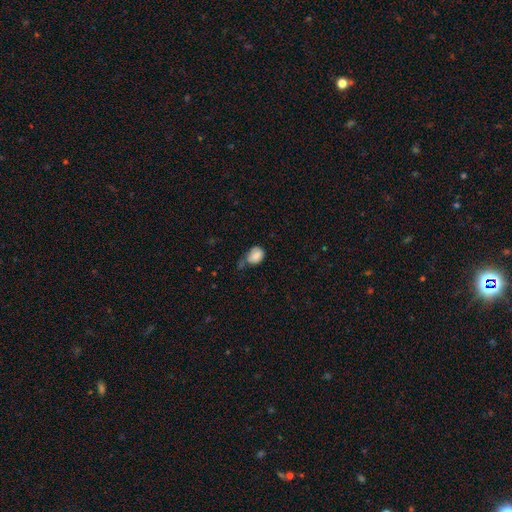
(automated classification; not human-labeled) Smooth or featured? Predicted: smooth (p=0.82). How rounded? Predicted: in between (p=0.75). Merging? Predicted: minor disturbance (p=0.37).